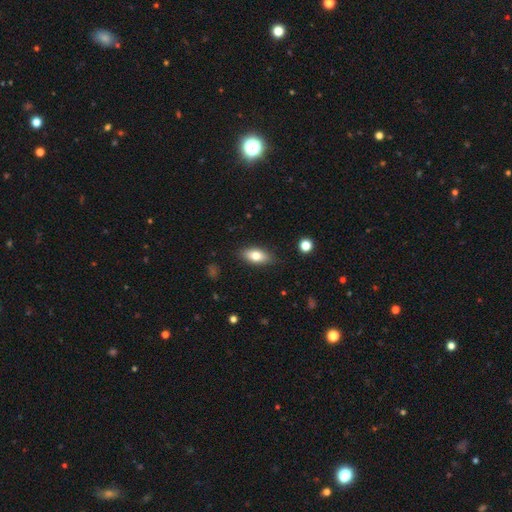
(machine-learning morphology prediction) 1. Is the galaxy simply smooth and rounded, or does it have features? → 75% smooth, 18% featured or disk, 7% star or artifact.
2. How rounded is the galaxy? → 85% in between, 10% cigar-shaped, 4% round.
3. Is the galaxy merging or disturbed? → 85% none, 11% minor disturbance, 2% major disturbance, 1% merger.